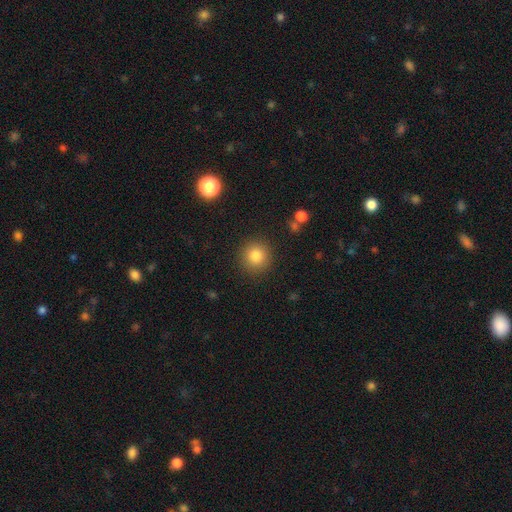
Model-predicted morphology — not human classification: Q: Smooth or featured?
A: smooth (83%); runner-up: star or artifact (11%)
Q: How rounded?
A: round (93%); runner-up: in between (6%)
Q: Merging?
A: none (89%); runner-up: minor disturbance (7%)